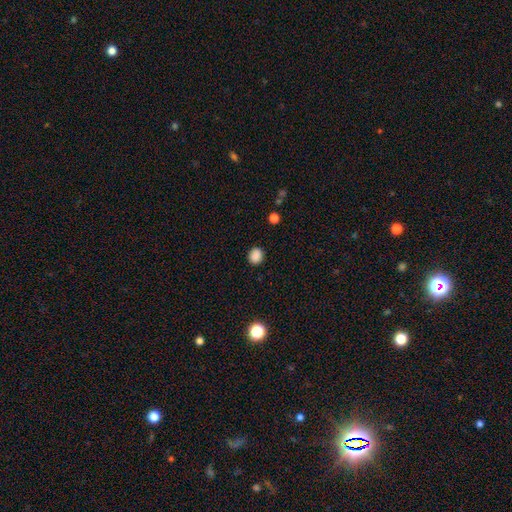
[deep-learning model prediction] Overall: smooth (87%). How rounded: round (72%). Merging: none (88%).